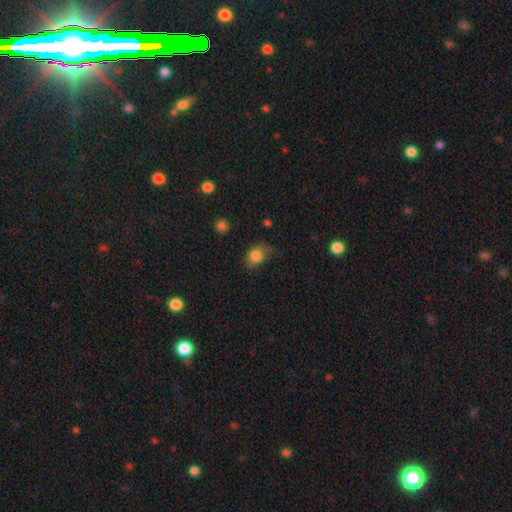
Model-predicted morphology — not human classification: A smooth galaxy with no disk features (82%) that is in between round and cigar-shaped (53%). Merging: none (47%).